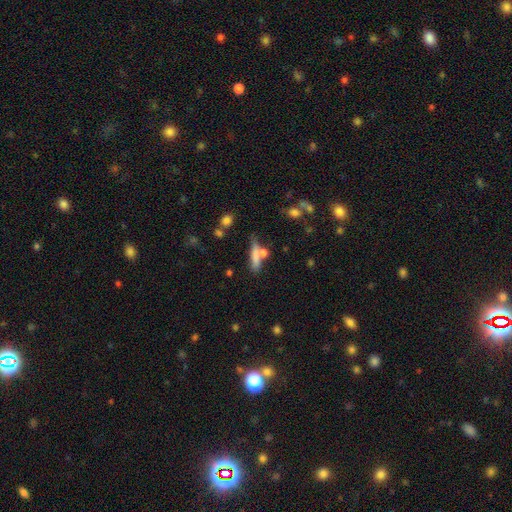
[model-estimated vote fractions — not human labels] A smooth galaxy with no disk features (68%) that is cigar-shaped (79%).

Vote fractions:
- Smooth or featured? smooth: 68% / featured or disk: 23% / star or artifact: 9%
- How rounded? cigar-shaped: 79% / in between: 18% / round: 4%
- Merging? none: 57% / merger: 22% / minor disturbance: 16% / major disturbance: 6%